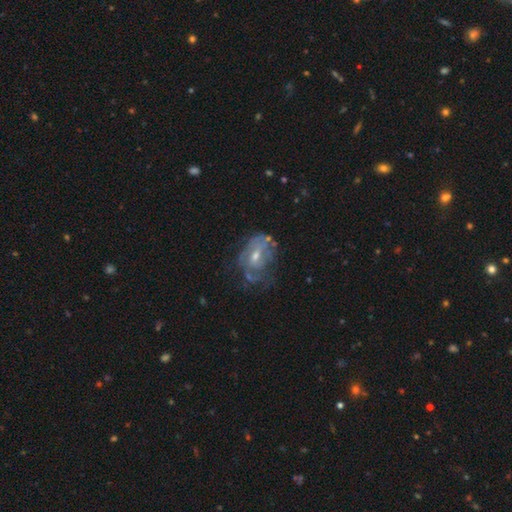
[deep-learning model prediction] Smooth or featured?
  - featured or disk: 74% *
  - smooth: 16%
  - star or artifact: 10%
Edge-on disk?
  - no: 96% *
  - yes: 4%
Bar?
  - no: 49% *
  - weak: 41%
  - strong: 10%
Spiral arms?
  - yes: 70% *
  - no: 30%
Bulge size?
  - moderate: 51% *
  - small: 43%
  - none: 2%
  - large: 2%
  - dominant: 1%
Merging?
  - none: 50% *
  - minor disturbance: 25%
  - major disturbance: 22%
  - merger: 3%